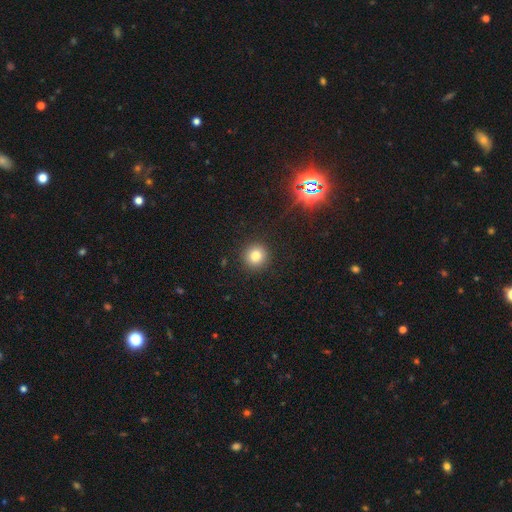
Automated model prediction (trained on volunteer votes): This is clearly a smooth galaxy (81%). How rounded: clearly round (94%). Merging: clearly none (91%).